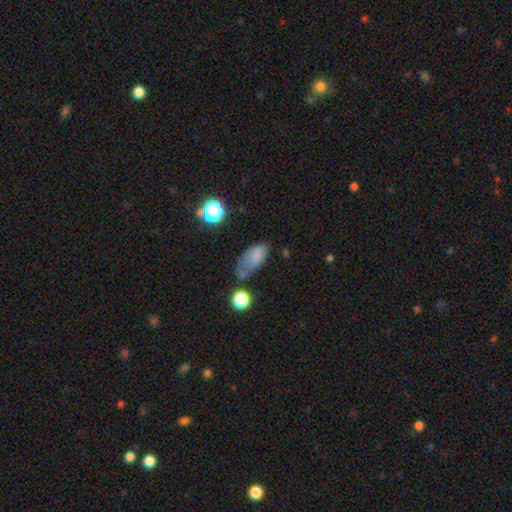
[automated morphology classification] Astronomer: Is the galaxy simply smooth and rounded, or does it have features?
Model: smooth — 71%.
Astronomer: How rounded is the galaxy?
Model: in between — 88%.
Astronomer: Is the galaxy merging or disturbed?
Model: none — 34% (runner-up: minor disturbance, 33%).